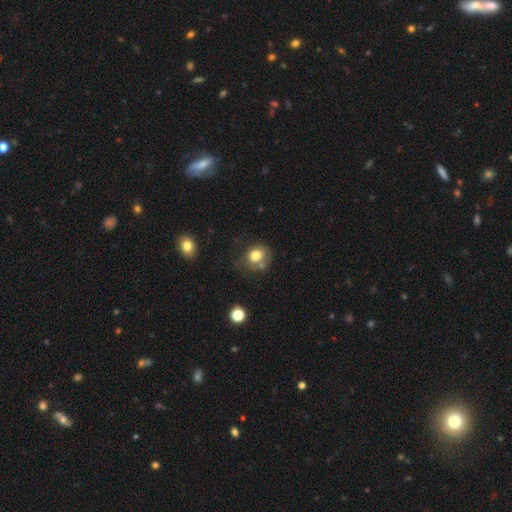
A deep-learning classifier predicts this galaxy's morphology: type=smooth (76%); roundness=round (65%); merging=none (49%).